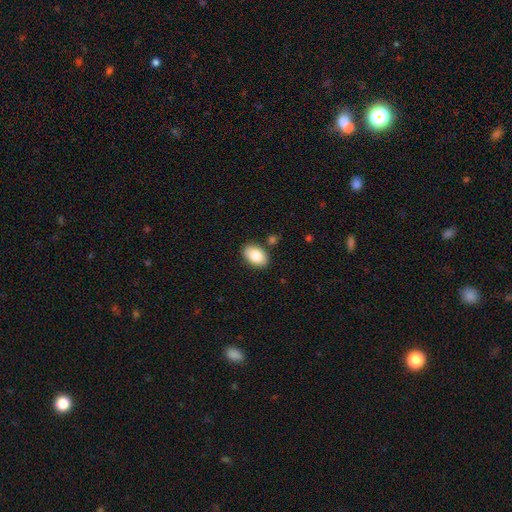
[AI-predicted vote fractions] Overall: smooth (84%). How rounded: in between (90%). Merging: none (85%).